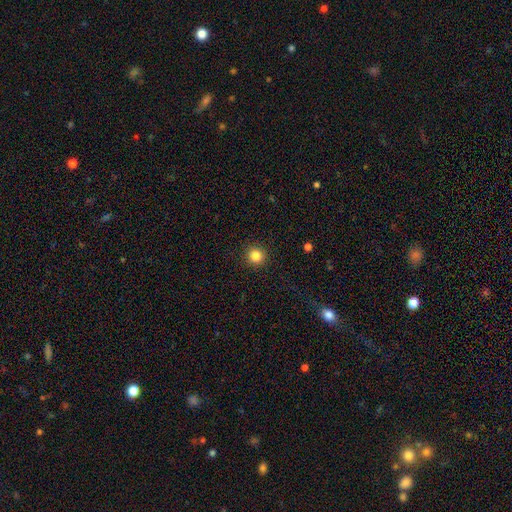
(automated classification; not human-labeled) Q: Smooth or featured?
A: smooth (84%); runner-up: star or artifact (12%)
Q: How rounded?
A: round (94%); runner-up: in between (5%)
Q: Merging?
A: none (93%); runner-up: minor disturbance (5%)